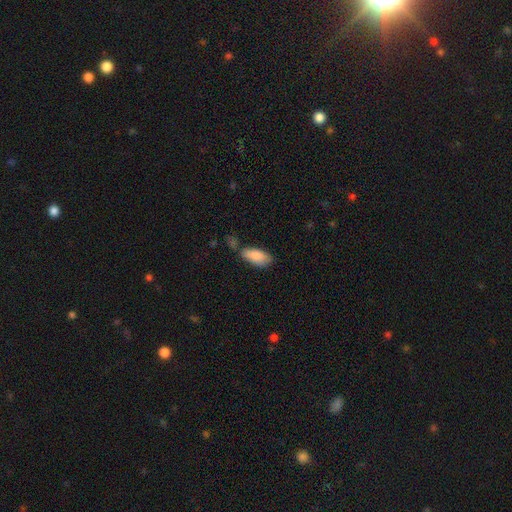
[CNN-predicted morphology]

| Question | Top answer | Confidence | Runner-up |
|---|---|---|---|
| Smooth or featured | smooth | 87% | featured or disk (7%) |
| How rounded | in between | 88% | cigar-shaped (10%) |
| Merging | none | 53% | minor disturbance (28%) |